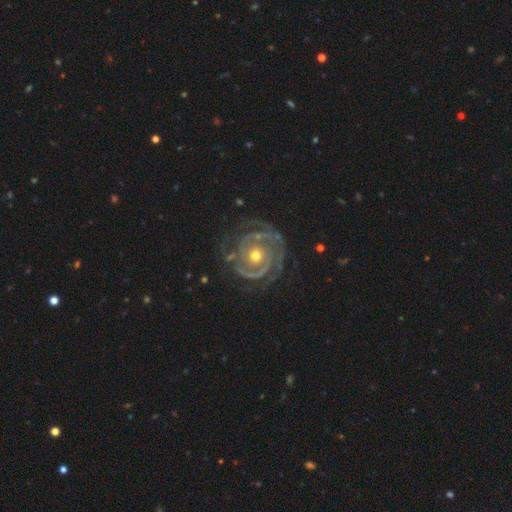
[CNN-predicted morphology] smooth_or_featured: featured or disk (p=0.90) [alt: smooth p=0.06]
disk_edge_on: no (p=0.97) [alt: yes p=0.03]
bar: no (p=0.81) [alt: weak p=0.14]
has_spiral_arms: yes (p=0.95) [alt: no p=0.05]
spiral_winding: tight (p=0.73) [alt: medium p=0.22]
spiral_arm_count: 2 (p=0.40) [alt: 3 p=0.20]
bulge_size: moderate (p=0.66) [alt: small p=0.28]
merging: none (p=0.66) [alt: minor disturbance p=0.19]